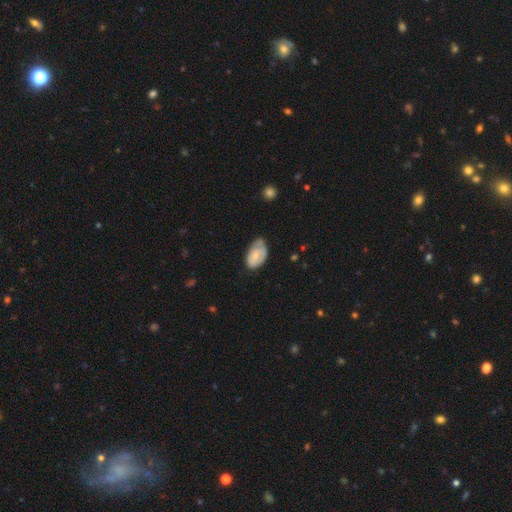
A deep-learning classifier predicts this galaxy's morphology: Q: Smooth or featured?
A: smooth (62%); runner-up: featured or disk (32%)
Q: How rounded?
A: in between (92%); runner-up: round (6%)
Q: Merging?
A: minor disturbance (42%); runner-up: none (41%)